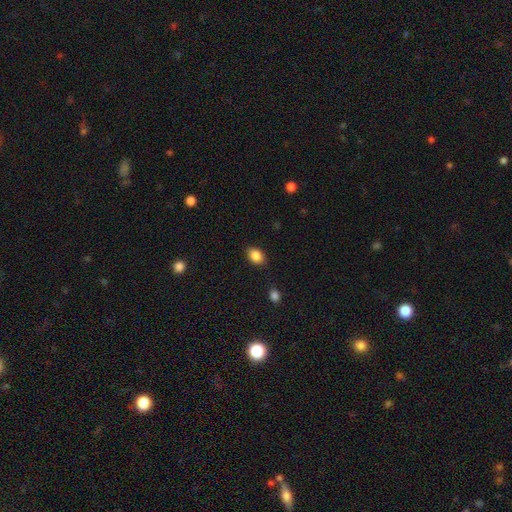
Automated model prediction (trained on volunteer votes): A smooth galaxy with no disk features (86%) that is in between round and cigar-shaped (68%).

Vote fractions:
- Smooth or featured? smooth: 86% / star or artifact: 9% / featured or disk: 5%
- How rounded? in between: 68% / round: 31% / cigar-shaped: 1%
- Merging? none: 84% / minor disturbance: 11% / major disturbance: 3% / merger: 2%